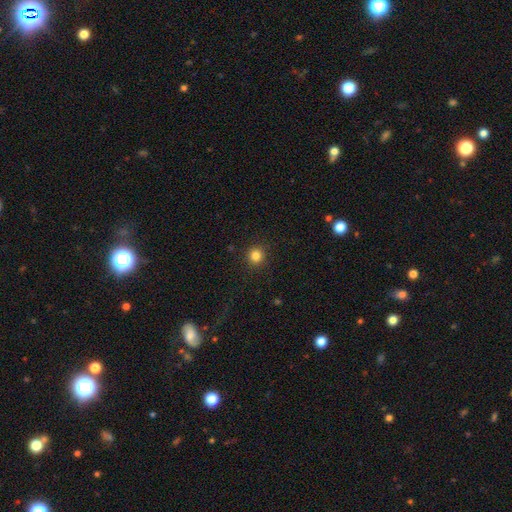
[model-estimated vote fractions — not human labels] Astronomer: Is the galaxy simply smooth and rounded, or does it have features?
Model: smooth — 83%.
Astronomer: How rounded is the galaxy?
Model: round — 94%.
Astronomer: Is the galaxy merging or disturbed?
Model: none — 92%.